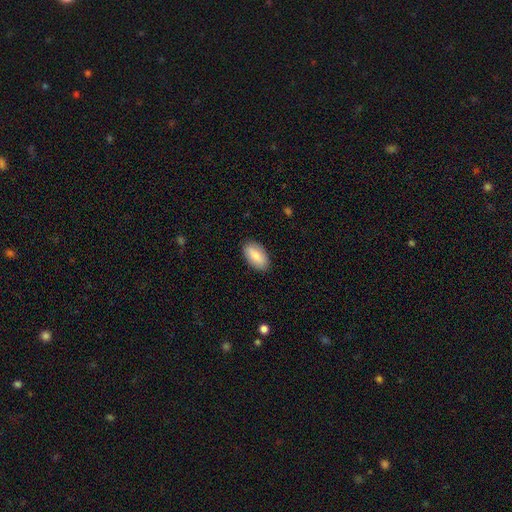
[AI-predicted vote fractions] Q: Smooth or featured?
A: smooth (84%); runner-up: featured or disk (11%)
Q: How rounded?
A: in between (93%); runner-up: cigar-shaped (4%)
Q: Merging?
A: none (88%); runner-up: minor disturbance (9%)